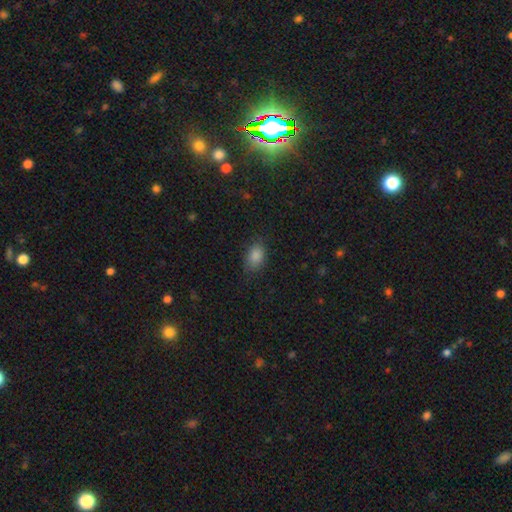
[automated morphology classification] Overall: smooth (87%). How rounded: in between (86%). Merging: none (80%).